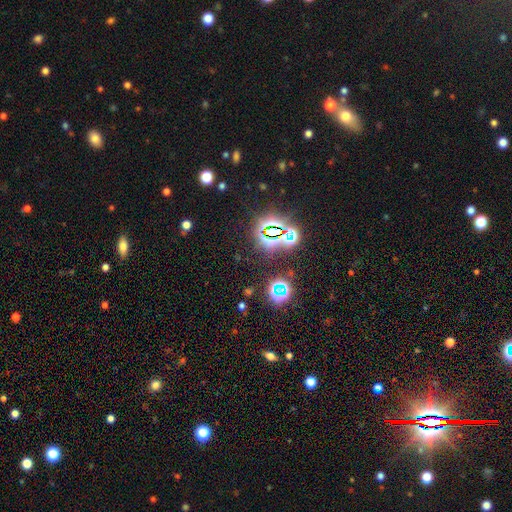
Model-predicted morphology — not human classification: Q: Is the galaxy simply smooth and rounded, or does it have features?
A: star or artifact — 76%.